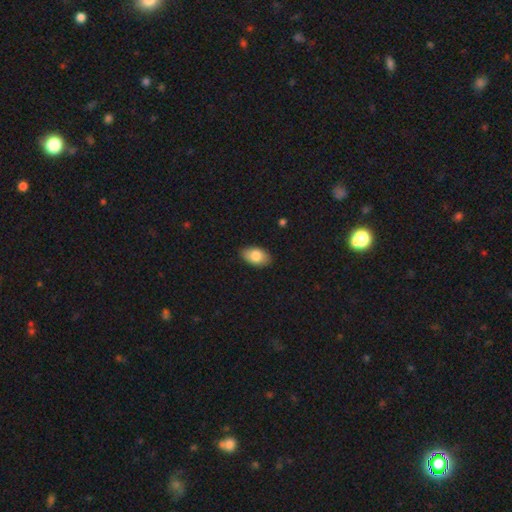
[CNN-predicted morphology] smooth_or_featured: smooth (p=0.83) [alt: featured or disk p=0.10]
how_rounded: in between (p=0.92) [alt: round p=0.06]
merging: none (p=0.86) [alt: minor disturbance p=0.11]